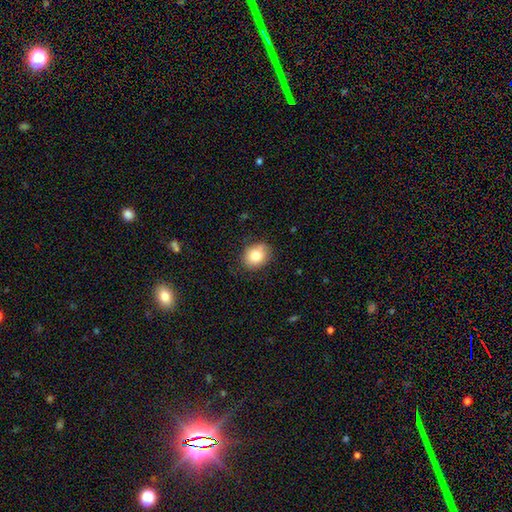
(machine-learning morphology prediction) smooth 82%, featured or disk 9%, star or artifact 9%. Down the decision tree: how rounded — round (55%); merging — none (81%).